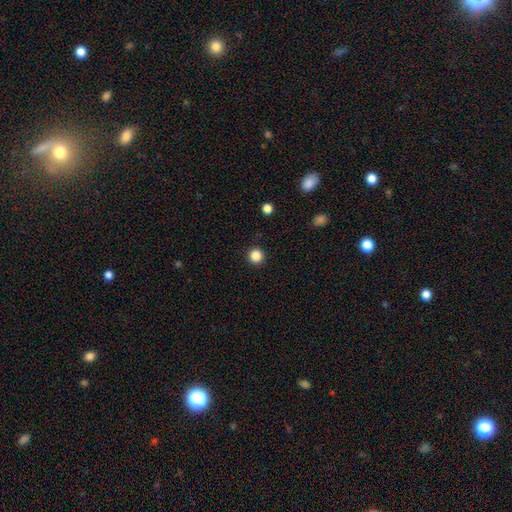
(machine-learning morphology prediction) Q: Smooth or featured?
A: smooth (85%); runner-up: star or artifact (12%)
Q: How rounded?
A: round (96%); runner-up: in between (3%)
Q: Merging?
A: none (93%); runner-up: minor disturbance (4%)